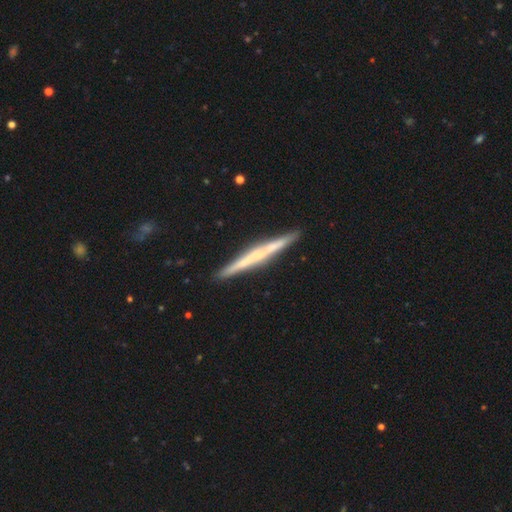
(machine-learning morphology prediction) The model was most divided on "edge-on bulge": none: 62%, rounded: 27%, boxy: 12%. More confident: edge-on disk — yes (98%); merging — none (90%); smooth or featured — featured or disk (65%).